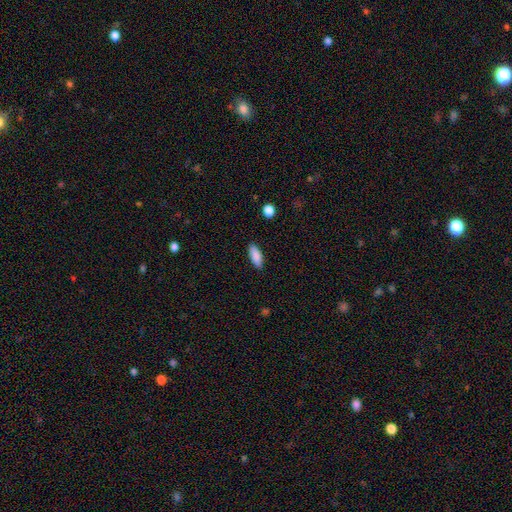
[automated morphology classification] Smooth or featured: smooth — 88% (star or artifact — 7%)
How rounded: in between — 72% (cigar-shaped — 26%)
Merging: none — 87% (minor disturbance — 10%)